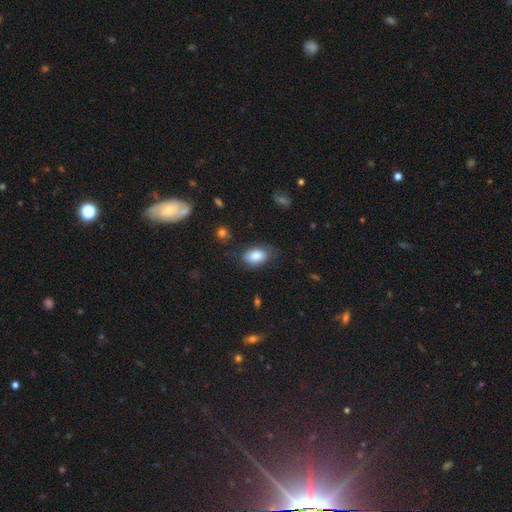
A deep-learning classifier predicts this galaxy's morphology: Smooth or featured: smooth — 82% (featured or disk — 11%)
How rounded: in between — 92% (round — 7%)
Merging: none — 67% (minor disturbance — 23%)